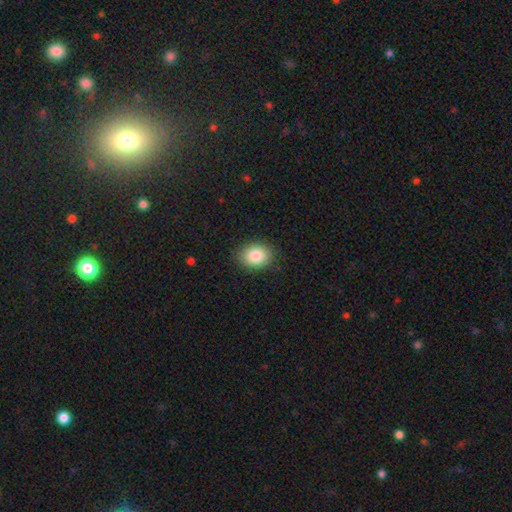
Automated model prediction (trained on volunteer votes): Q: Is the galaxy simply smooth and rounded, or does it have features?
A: smooth — 85%.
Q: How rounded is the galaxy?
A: in between — 58%.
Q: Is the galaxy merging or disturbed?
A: none — 87%.